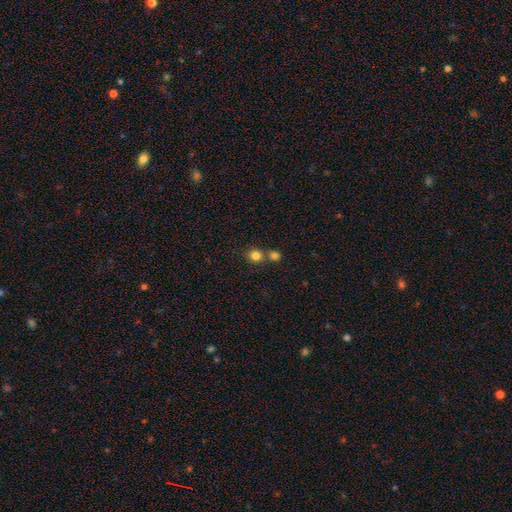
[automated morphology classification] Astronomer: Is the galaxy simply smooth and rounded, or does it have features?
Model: smooth — 82%.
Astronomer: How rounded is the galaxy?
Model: round — 82%.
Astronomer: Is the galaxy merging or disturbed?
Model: none — 56% (runner-up: merger, 35%).